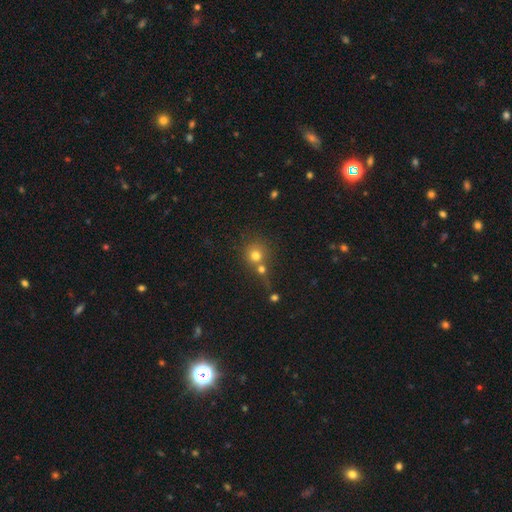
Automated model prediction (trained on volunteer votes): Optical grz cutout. It shows a smooth galaxy with no disk features (74%) that is round (88%). Merging: none (46%).